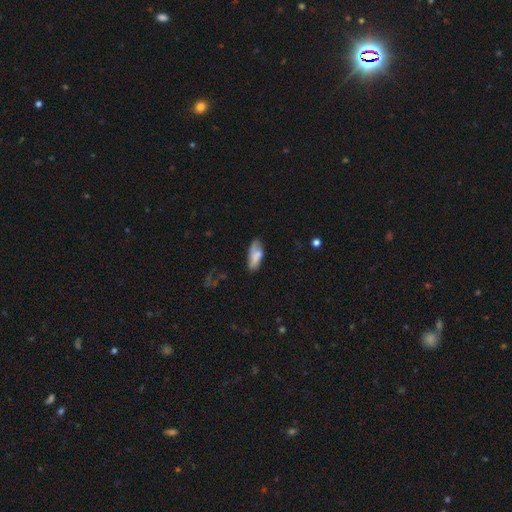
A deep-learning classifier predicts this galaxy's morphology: Smooth or featured? Predicted: smooth (p=0.73). How rounded? Predicted: in between (p=0.77). Merging? Predicted: none (p=0.60).